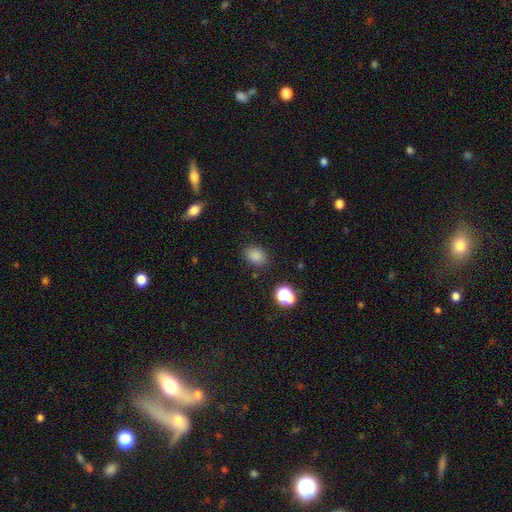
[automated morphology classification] Q: Smooth or featured?
A: smooth (82%); runner-up: star or artifact (14%)
Q: How rounded?
A: in between (66%); runner-up: round (33%)
Q: Merging?
A: none (82%); runner-up: minor disturbance (12%)